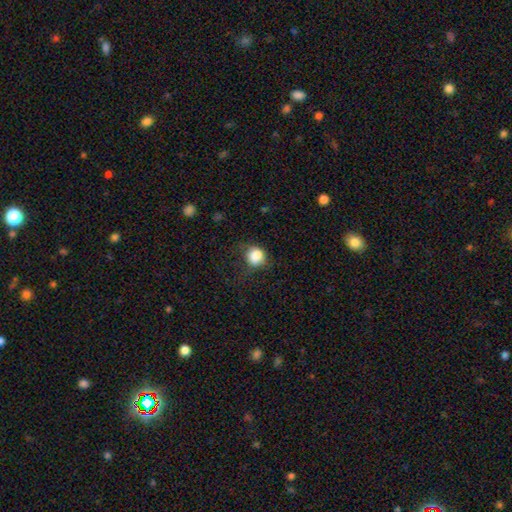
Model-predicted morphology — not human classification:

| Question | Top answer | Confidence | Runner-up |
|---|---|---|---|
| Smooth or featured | smooth | 85% | star or artifact (9%) |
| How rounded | round | 76% | in between (23%) |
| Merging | none | 51% | minor disturbance (30%) |